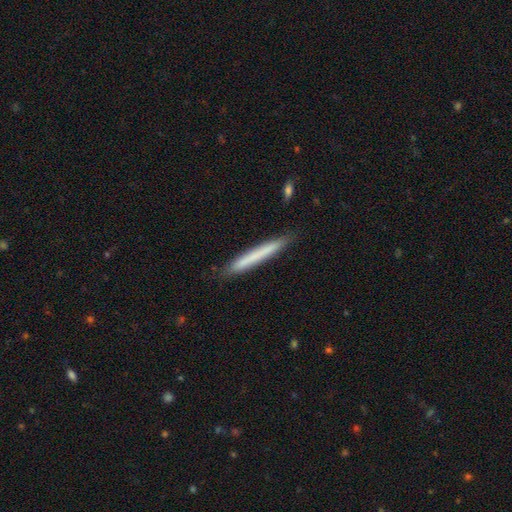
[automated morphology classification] This appears to be a smooth galaxy with no disk features (68%) that is cigar-shaped (97%). Merging: none (88%).